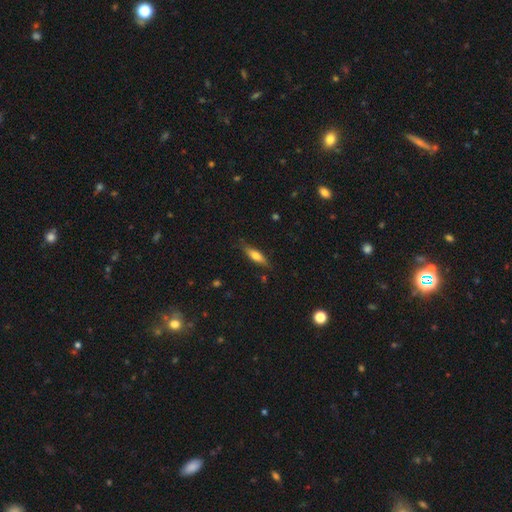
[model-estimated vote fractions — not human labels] Smooth or featured? smooth (62%)
How rounded? cigar-shaped (63%)
Merging? none (80%)